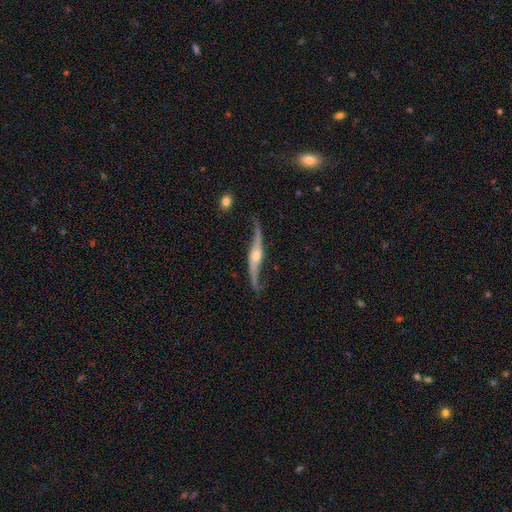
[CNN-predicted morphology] Q: Smooth or featured?
A: featured or disk (89%); runner-up: smooth (6%)
Q: Edge-on disk?
A: yes (55%); runner-up: no (45%)
Q: Merging?
A: none (72%); runner-up: minor disturbance (19%)